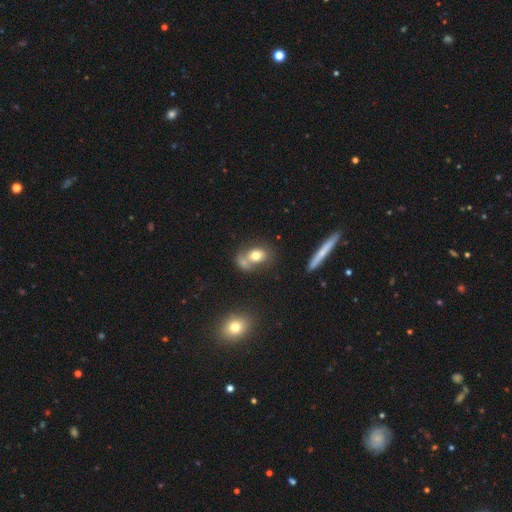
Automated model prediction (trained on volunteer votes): smooth 70%, featured or disk 19%, star or artifact 11%. Down the decision tree: how rounded — in between (57%); merging — merger (45%).